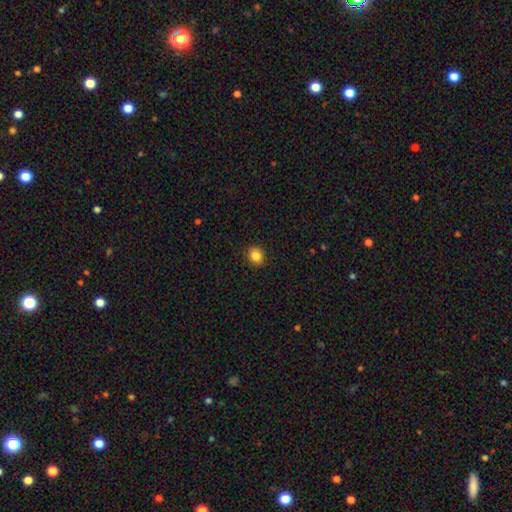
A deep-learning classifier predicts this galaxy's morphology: A smooth galaxy with no disk features (85%) that is round (77%). Merging: none (91%).